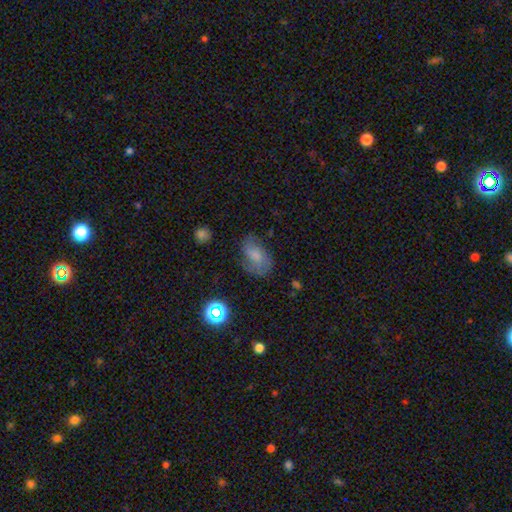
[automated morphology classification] smooth 52%, featured or disk 37%, star or artifact 11%. Down the decision tree: how rounded — in between (86%); merging — none (60%).